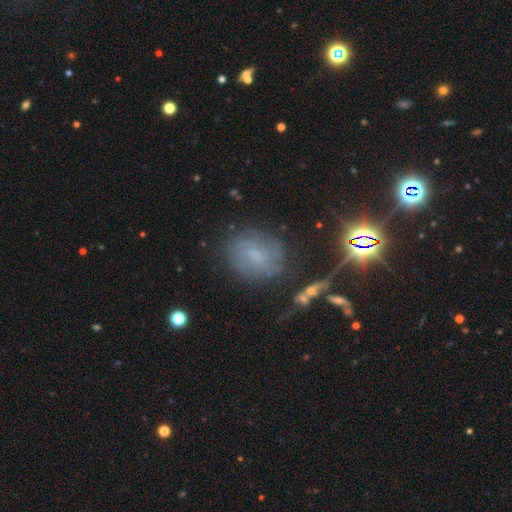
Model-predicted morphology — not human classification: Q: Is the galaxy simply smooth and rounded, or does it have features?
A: featured or disk — 39%.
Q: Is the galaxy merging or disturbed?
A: none — 72%.